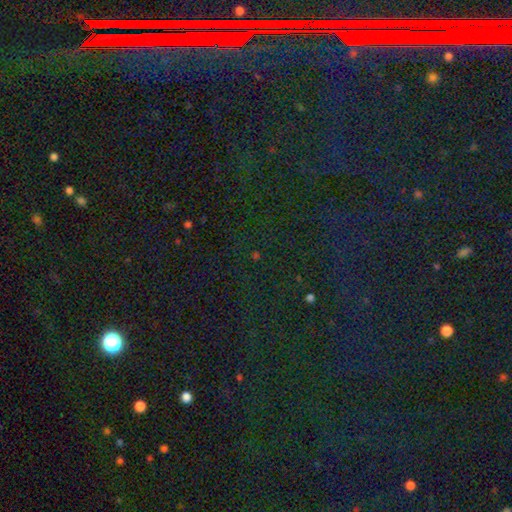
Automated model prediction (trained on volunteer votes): The model was most divided on "smooth or featured": star or artifact: 77%, smooth: 16%, featured or disk: 7%.